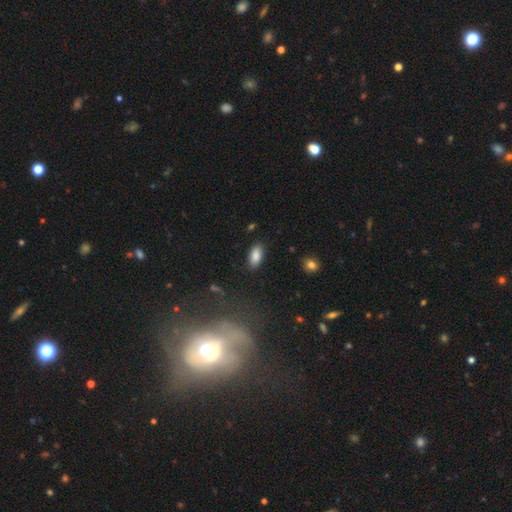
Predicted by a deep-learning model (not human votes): A smooth galaxy with no disk features (87%) that is in between round and cigar-shaped (91%). Merging: none (86%).